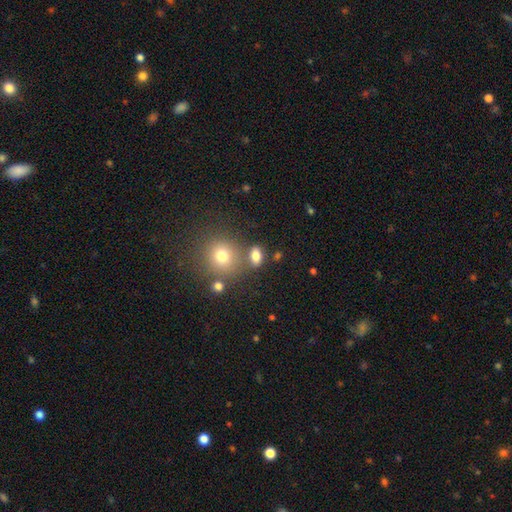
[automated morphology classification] Smooth or featured? Predicted: smooth (p=0.79). How rounded? Predicted: in between (p=0.76). Merging? Predicted: none (p=0.68).